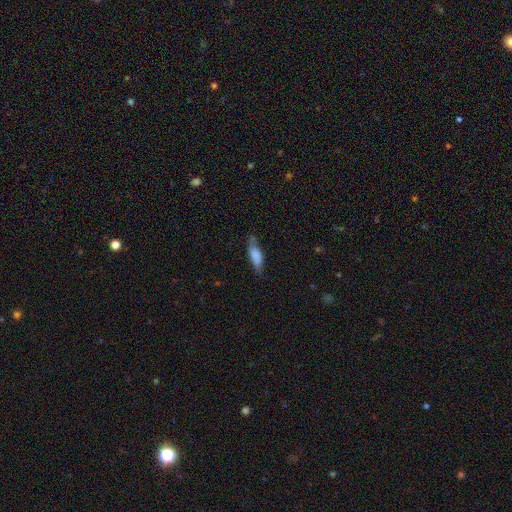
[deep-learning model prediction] Morphology: type=smooth (78%); roundness=in between (54%); merging=none (63%).